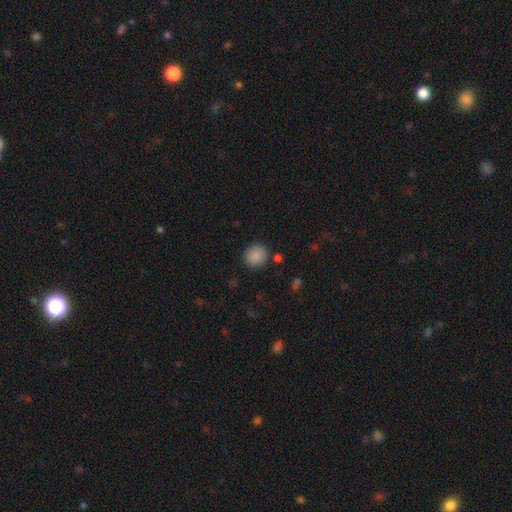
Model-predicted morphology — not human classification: This is clearly a smooth galaxy (88%). How rounded: clearly round (88%). Merging: clearly none (87%).